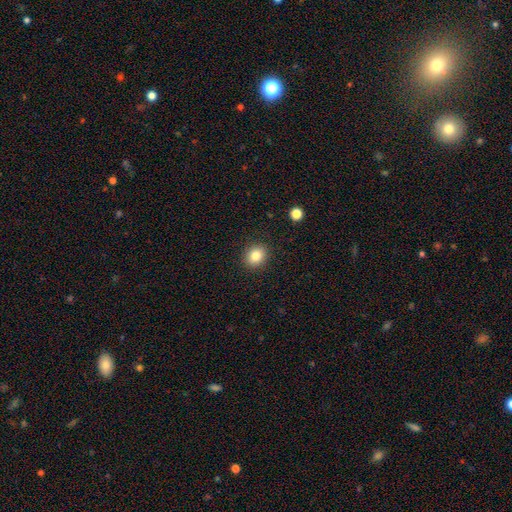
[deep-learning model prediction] smooth_or_featured: smooth (p=0.83) [alt: star or artifact p=0.11]
how_rounded: round (p=0.64) [alt: in between p=0.35]
merging: none (p=0.90) [alt: minor disturbance p=0.07]